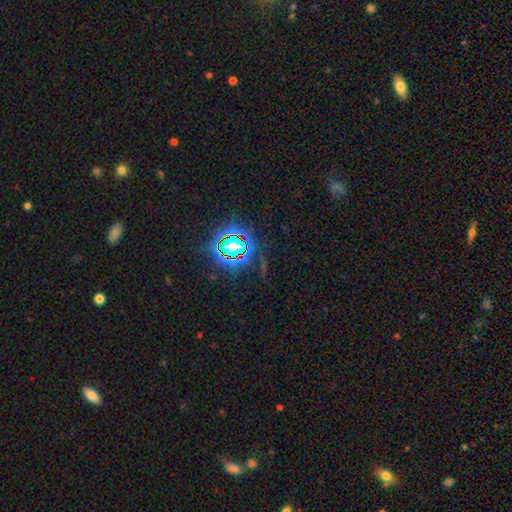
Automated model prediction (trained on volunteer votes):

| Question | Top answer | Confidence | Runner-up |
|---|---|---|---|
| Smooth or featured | star or artifact | 81% | smooth (11%) |